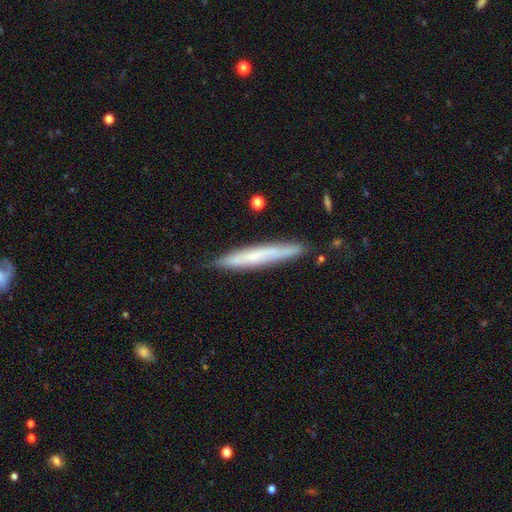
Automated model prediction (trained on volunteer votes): Smooth or featured? smooth (51%)
How rounded? cigar-shaped (95%)
Merging? none (84%)